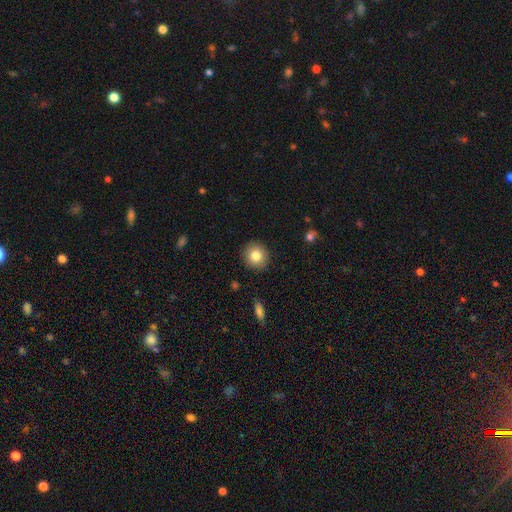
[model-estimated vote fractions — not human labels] Smooth or featured? Predicted: smooth (p=0.83). How rounded? Predicted: round (p=0.91). Merging? Predicted: none (p=0.91).